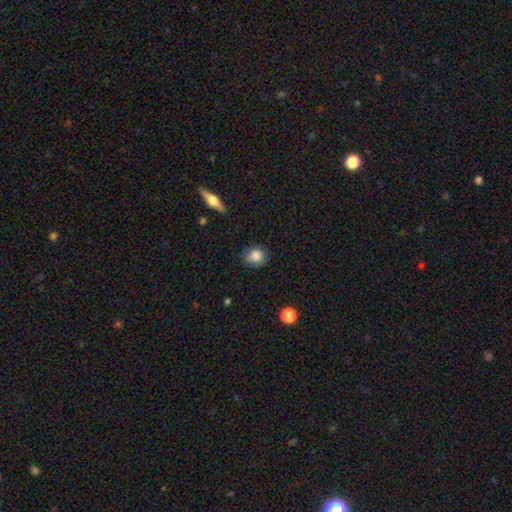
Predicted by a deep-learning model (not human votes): Smooth or featured? Predicted: smooth (p=0.84). How rounded? Predicted: round (p=0.73). Merging? Predicted: none (p=0.72).